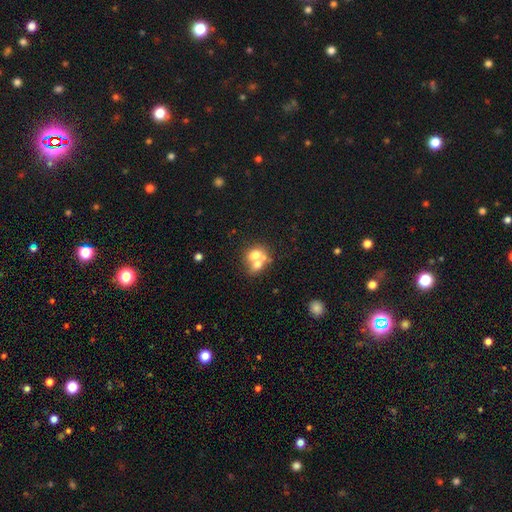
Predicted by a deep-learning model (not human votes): A smooth galaxy with no disk features (64%) that is round (59%). Merging: merger (60%).